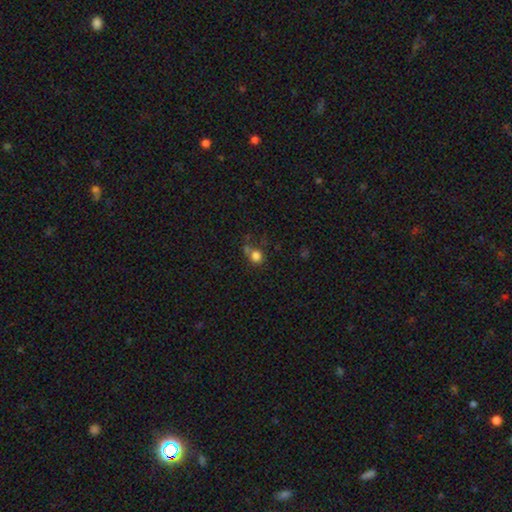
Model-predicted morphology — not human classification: type=smooth (79%); roundness=round (84%); merging=none (54%).